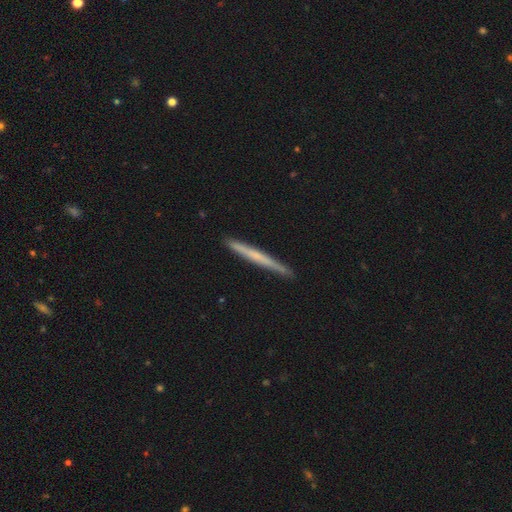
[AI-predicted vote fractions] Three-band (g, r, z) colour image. It shows a smooth galaxy with no disk features (47%, tied with featured or disk). Merging: none (90%).